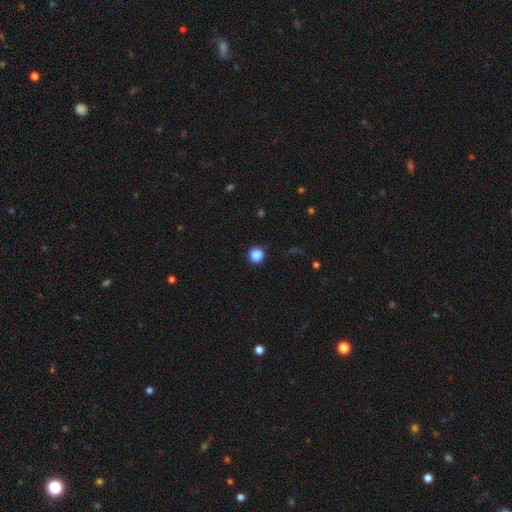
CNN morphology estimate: type=smooth (86%); roundness=round (96%); merging=none (92%).